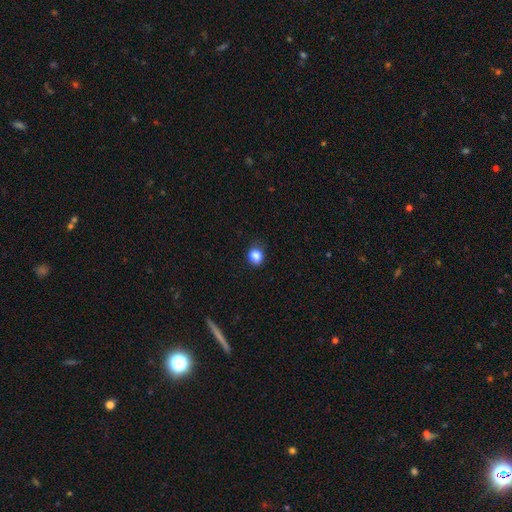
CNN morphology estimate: A smooth galaxy with no disk features (85%) that is round (77%).

Vote fractions:
- Smooth or featured? smooth: 85% / star or artifact: 11% / featured or disk: 4%
- How rounded? round: 77% / in between: 22% / cigar-shaped: 1%
- Merging? none: 85% / minor disturbance: 11% / major disturbance: 3% / merger: 1%